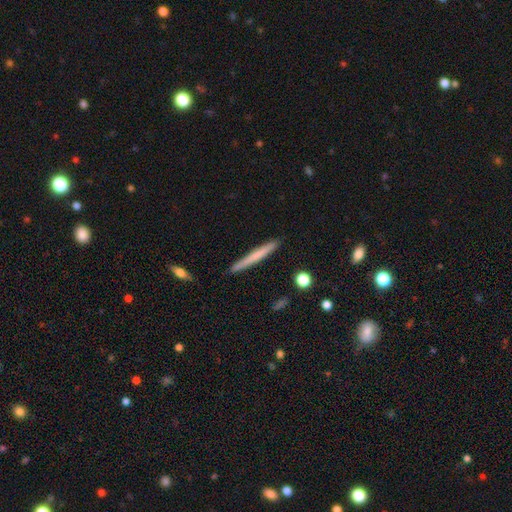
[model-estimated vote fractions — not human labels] A smooth galaxy with no disk features (61%) that is cigar-shaped (97%).

Vote fractions:
- Smooth or featured? smooth: 61% / featured or disk: 34% / star or artifact: 6%
- How rounded? cigar-shaped: 97% / in between: 2% / round: 1%
- Merging? none: 90% / minor disturbance: 7% / merger: 1% / major disturbance: 1%